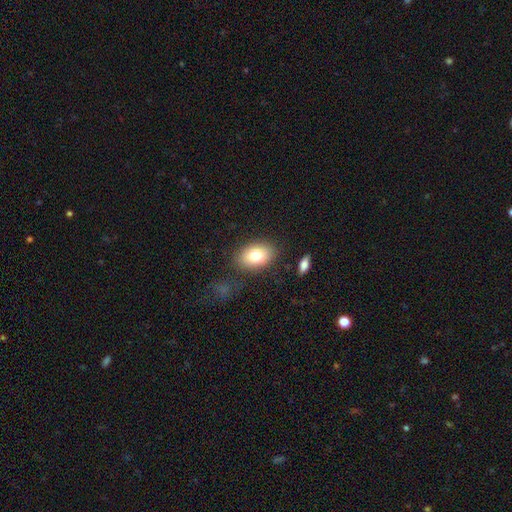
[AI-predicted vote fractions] Overall: smooth (77%). How rounded: in between (84%). Merging: none (82%).